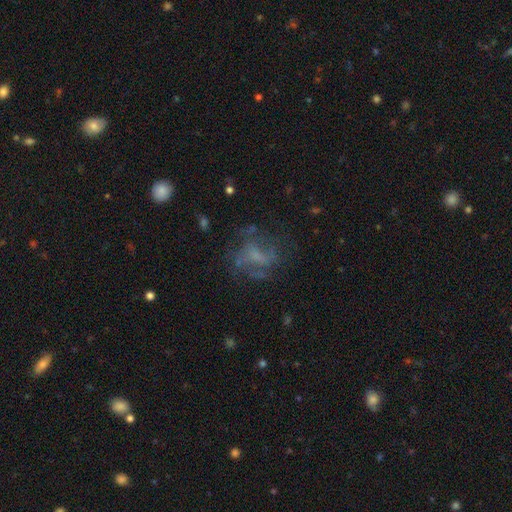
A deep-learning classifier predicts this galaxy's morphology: A featured or disk galaxy (58%) with no bar (55%), spiral arms (61%) and no central bulge (46%). Merging: none (56%).